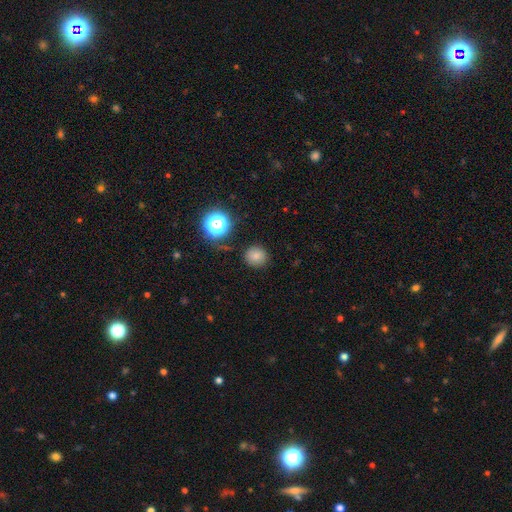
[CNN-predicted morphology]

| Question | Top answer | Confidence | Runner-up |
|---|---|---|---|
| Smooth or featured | smooth | 76% | star or artifact (16%) |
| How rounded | round | 88% | in between (11%) |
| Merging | none | 85% | minor disturbance (10%) |